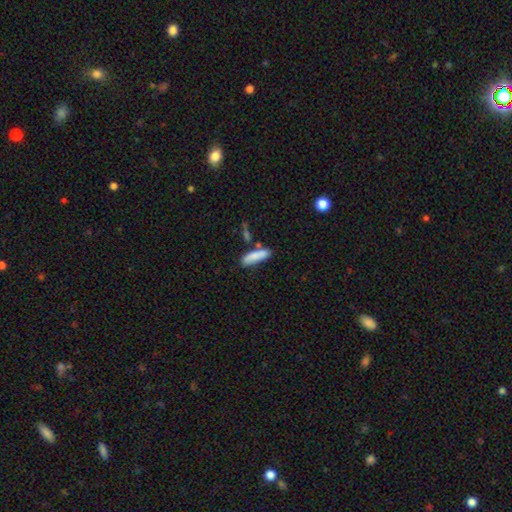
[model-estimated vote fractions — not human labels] smooth 83%, featured or disk 11%, star or artifact 7%. Down the decision tree: how rounded — cigar-shaped (55%); merging — none (62%).